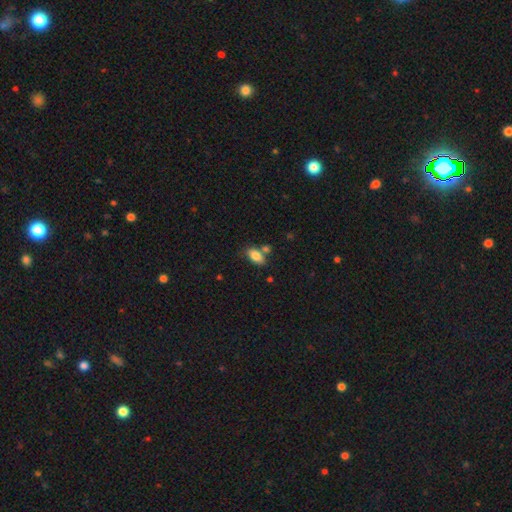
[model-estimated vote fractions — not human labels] A smooth galaxy with no disk features (83%) that is in between round and cigar-shaped (91%).

Vote fractions:
- Smooth or featured? smooth: 83% / featured or disk: 9% / star or artifact: 8%
- How rounded? in between: 91% / round: 5% / cigar-shaped: 4%
- Merging? none: 62% / merger: 19% / minor disturbance: 15% / major disturbance: 4%